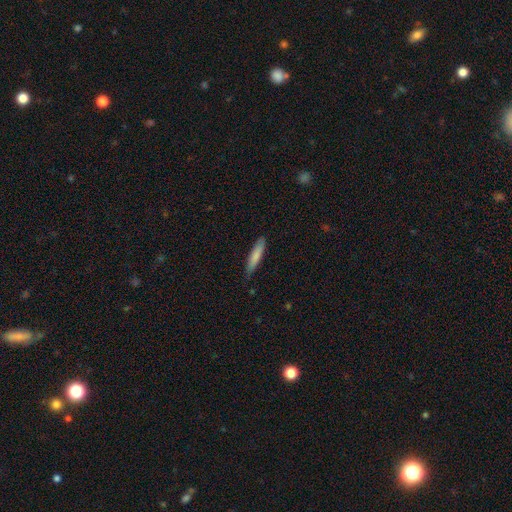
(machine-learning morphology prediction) Smooth or featured? smooth (80%)
How rounded? cigar-shaped (86%)
Merging? none (82%)